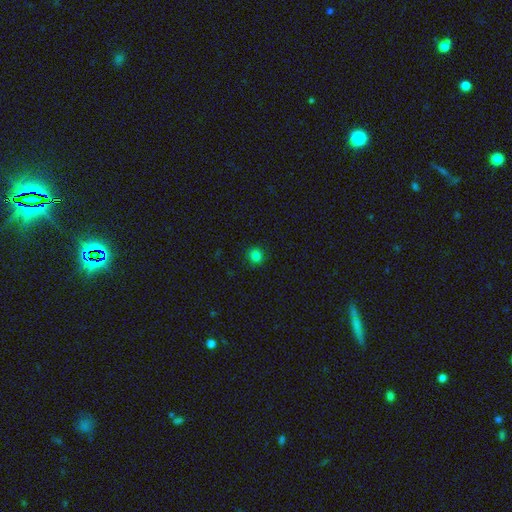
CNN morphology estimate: This is clearly a smooth galaxy (82%). How rounded: clearly round (92%). Merging: clearly none (91%).